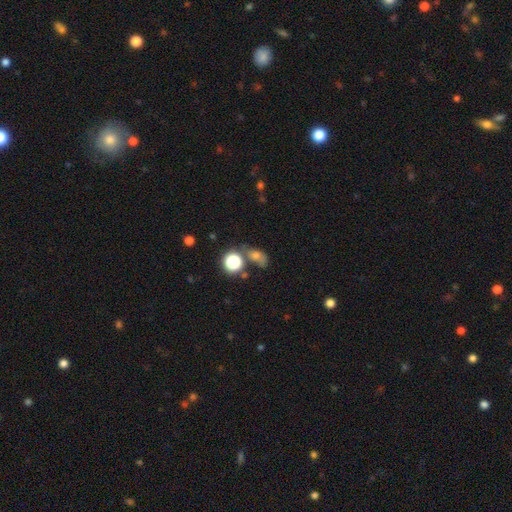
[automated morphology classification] Smooth or featured? smooth (60%)
How rounded? in between (63%)
Merging? none (48%)